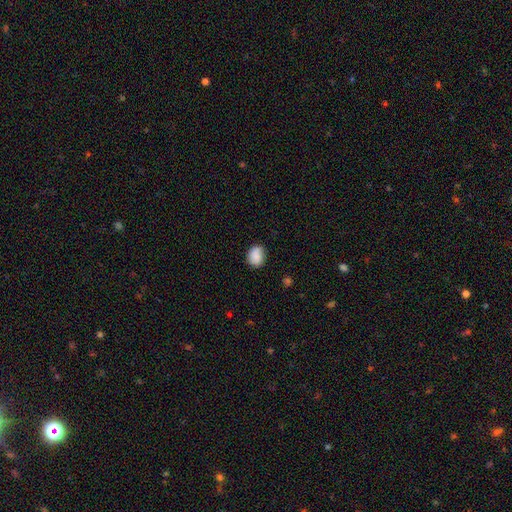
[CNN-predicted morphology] type=smooth (83%); roundness=round (50%); merging=none (78%).